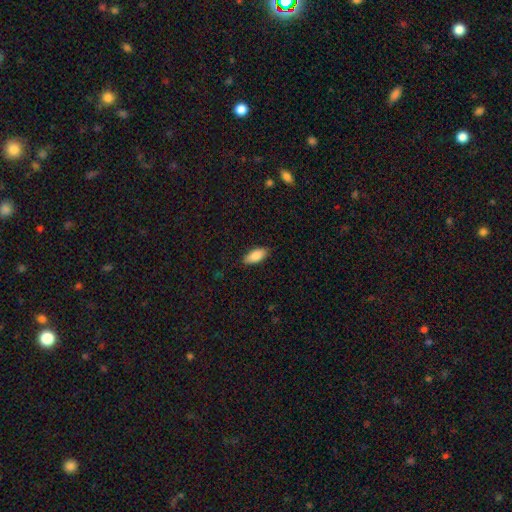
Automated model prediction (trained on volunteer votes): This appears to be a smooth galaxy with no disk features (85%) that is in between round and cigar-shaped (86%). Merging: none (87%).